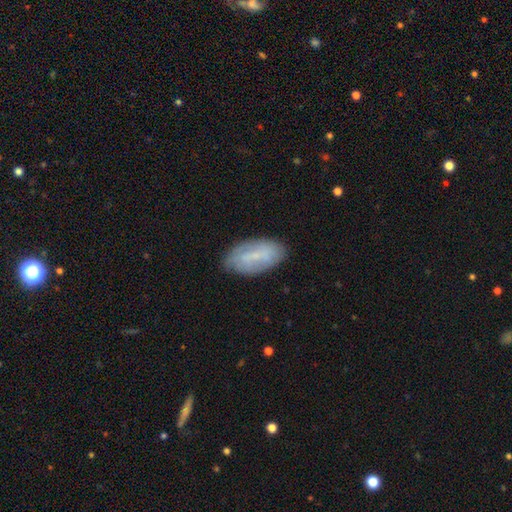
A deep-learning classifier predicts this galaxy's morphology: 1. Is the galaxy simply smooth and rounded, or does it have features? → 52% smooth, 40% featured or disk, 8% star or artifact.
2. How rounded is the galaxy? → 92% in between, 5% cigar-shaped, 3% round.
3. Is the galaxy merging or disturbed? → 78% none, 17% minor disturbance, 4% major disturbance, 1% merger.